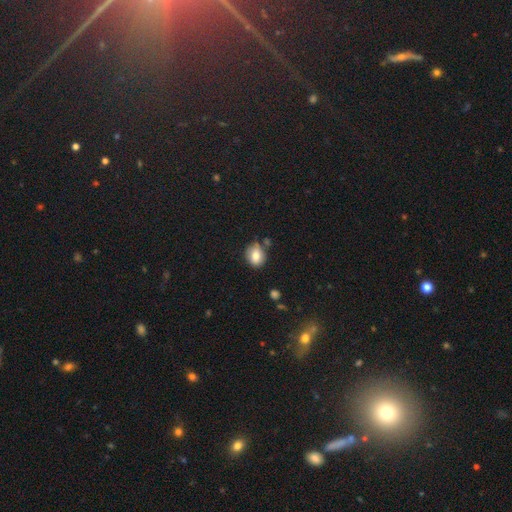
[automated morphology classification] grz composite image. It shows a smooth galaxy with no disk features (80%) that is round (61%). Merging: none (69%).